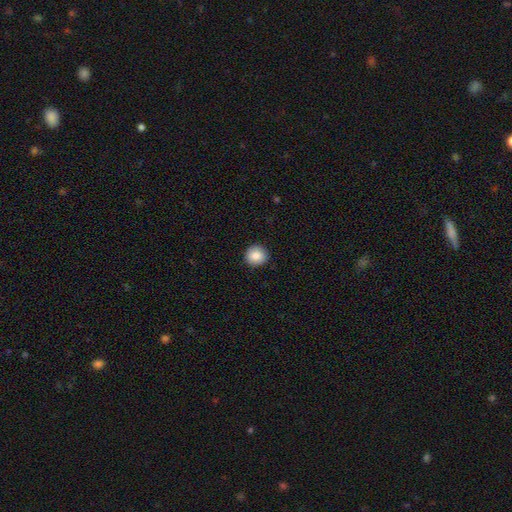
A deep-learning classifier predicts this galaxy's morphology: Smooth or featured? smooth (86%)
How rounded? round (92%)
Merging? none (91%)